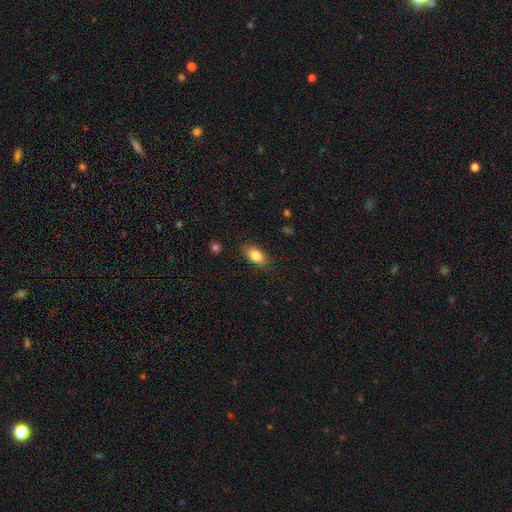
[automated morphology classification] Smooth or featured?
  - smooth: 83% *
  - featured or disk: 9%
  - star or artifact: 8%
How rounded?
  - in between: 88% *
  - round: 7%
  - cigar-shaped: 4%
Merging?
  - none: 85% *
  - minor disturbance: 12%
  - major disturbance: 3%
  - merger: 1%